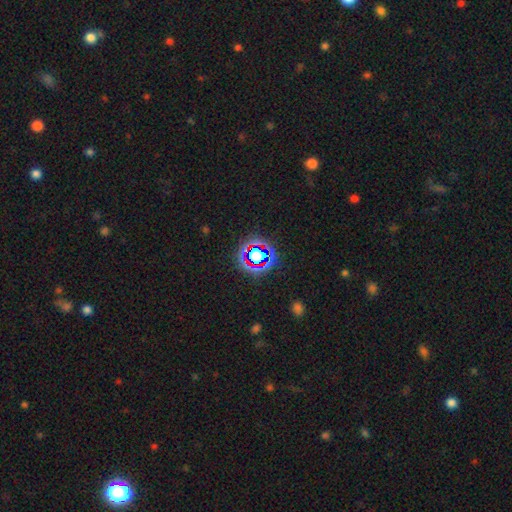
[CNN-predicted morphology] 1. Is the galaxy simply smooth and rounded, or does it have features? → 65% star or artifact, 24% smooth, 12% featured or disk.